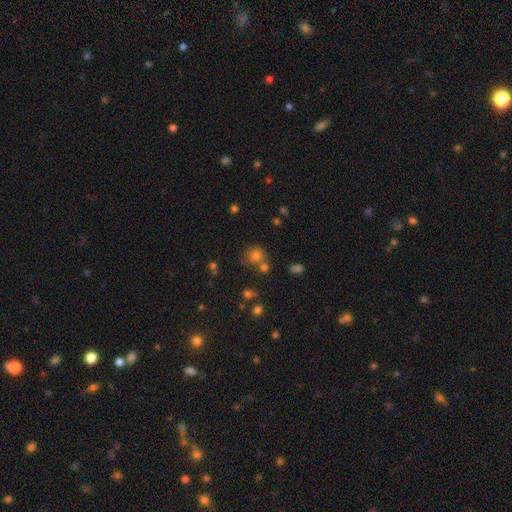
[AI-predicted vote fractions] A smooth galaxy with no disk features (72%) that is round (82%).

Vote fractions:
- Smooth or featured? smooth: 72% / star or artifact: 18% / featured or disk: 11%
- How rounded? round: 82% / in between: 17% / cigar-shaped: 1%
- Merging? none: 59% / merger: 22% / minor disturbance: 13% / major disturbance: 6%